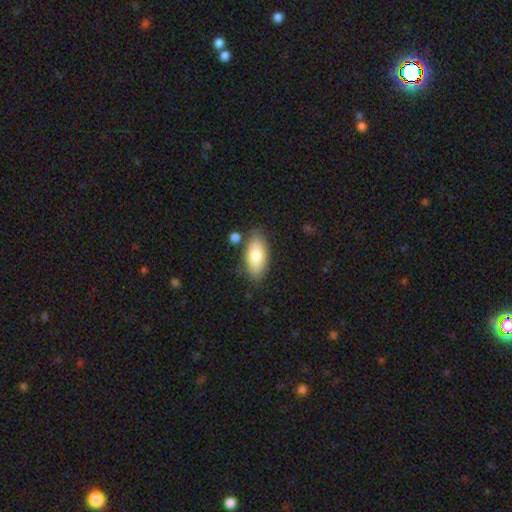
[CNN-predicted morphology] A smooth galaxy with no disk features (81%) that is in between round and cigar-shaped (89%).

Vote fractions:
- Smooth or featured? smooth: 81% / featured or disk: 13% / star or artifact: 6%
- How rounded? in between: 89% / cigar-shaped: 8% / round: 2%
- Merging? none: 79% / minor disturbance: 13% / merger: 5% / major disturbance: 3%